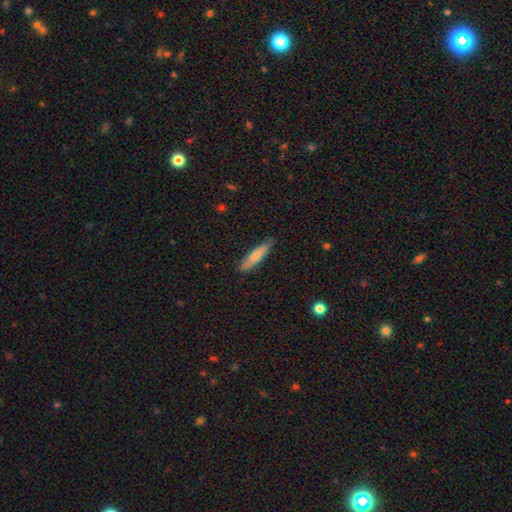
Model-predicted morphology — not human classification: smooth_or_featured: smooth (p=0.72) [alt: featured or disk p=0.23]
how_rounded: cigar-shaped (p=0.80) [alt: in between p=0.19]
merging: none (p=0.81) [alt: minor disturbance p=0.16]